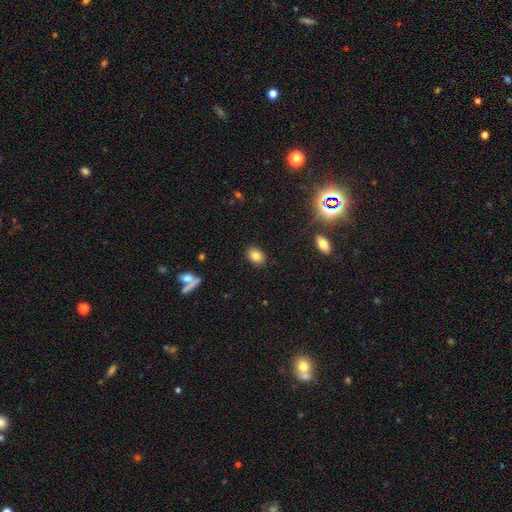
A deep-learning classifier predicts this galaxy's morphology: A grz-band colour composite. It shows a smooth galaxy with no disk features (82%) that is in between round and cigar-shaped (70%). Merging: none (88%).